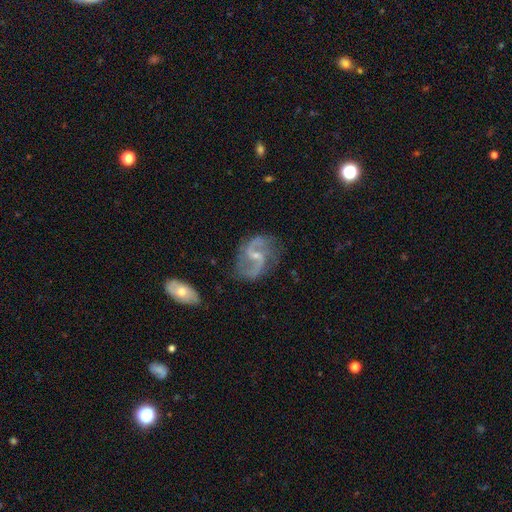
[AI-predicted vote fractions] This is clearly a featured or disk galaxy (91%). It is clearly not viewed edge-on (98%). Bar: possibly weak (50%). Spiral arm pattern: clearly yes (97%). Spiral arm count: clearly 2 (93%). Spiral winding: possibly loose (55%). Central bulge: likely small (67%). Merging: likely none (73%).